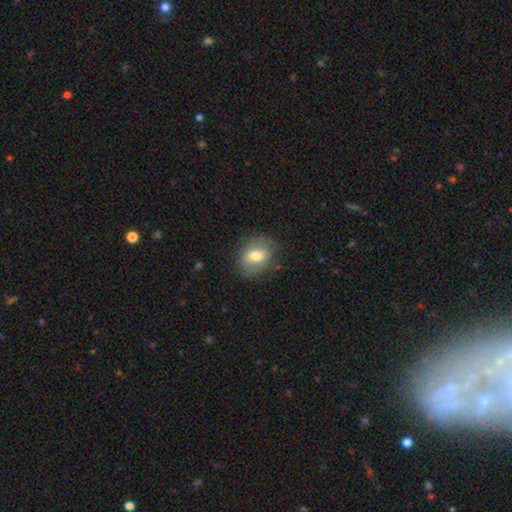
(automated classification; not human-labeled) This appears to be a smooth galaxy with no disk features (63%) that is in between round and cigar-shaped (55%). Merging: none (76%).